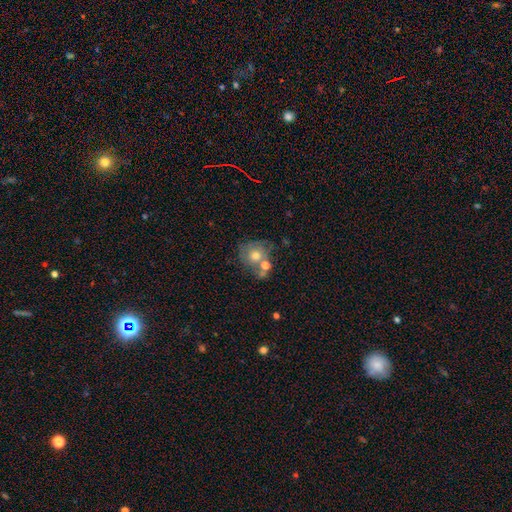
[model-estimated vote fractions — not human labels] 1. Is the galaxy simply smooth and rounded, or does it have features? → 49% smooth, 39% featured or disk, 12% star or artifact.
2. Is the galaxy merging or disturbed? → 43% none, 30% merger, 17% minor disturbance, 10% major disturbance.